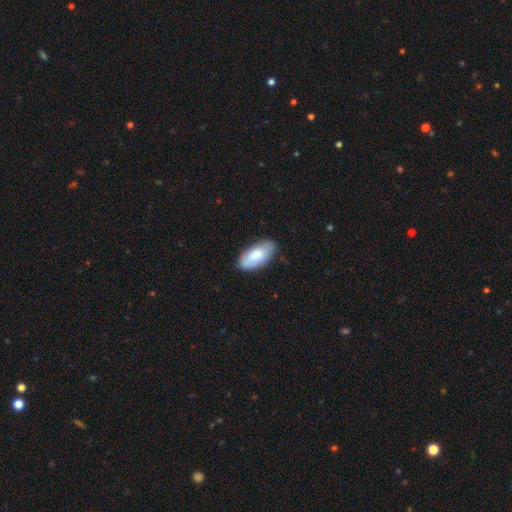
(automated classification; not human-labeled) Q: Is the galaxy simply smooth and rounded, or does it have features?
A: smooth — 79%.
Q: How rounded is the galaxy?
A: in between — 92%.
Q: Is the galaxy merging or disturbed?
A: none — 81%.